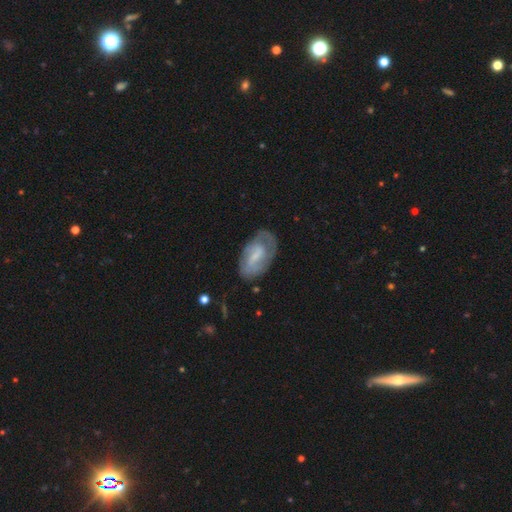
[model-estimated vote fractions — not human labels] A featured or disk galaxy (61%) with a weak bar (51%), spiral arms (77%) and a small central bulge (43%). Merging: none (63%).